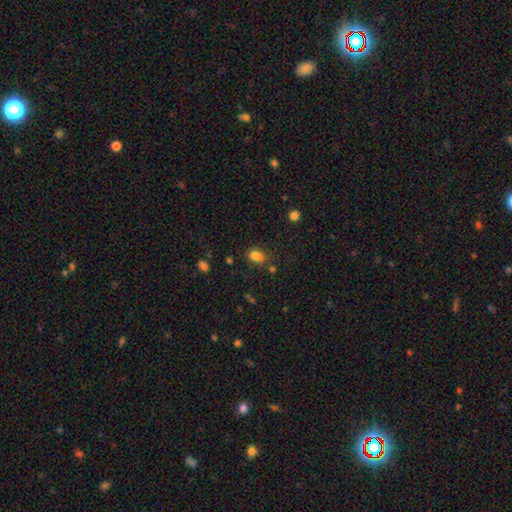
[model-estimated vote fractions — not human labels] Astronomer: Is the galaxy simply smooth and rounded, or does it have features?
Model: smooth — 82%.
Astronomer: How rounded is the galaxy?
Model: in between — 63%.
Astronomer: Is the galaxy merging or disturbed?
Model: none — 70%.